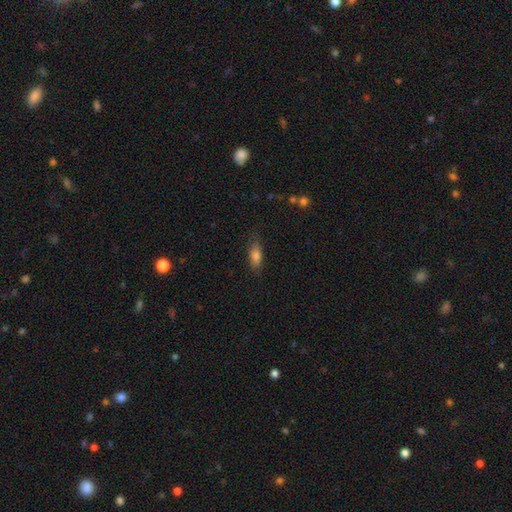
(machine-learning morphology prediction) type=smooth (79%); roundness=in between (72%); merging=none (77%).